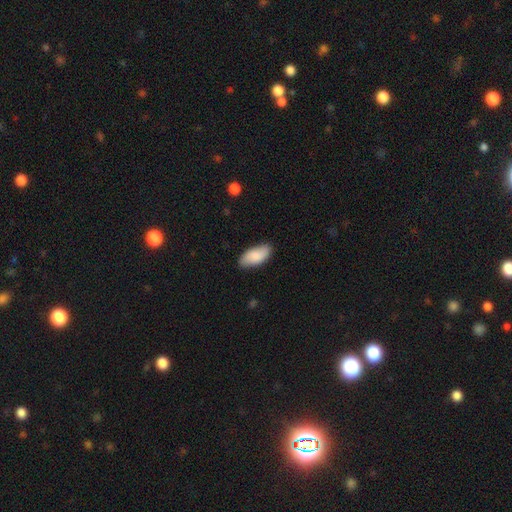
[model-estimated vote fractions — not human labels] This is clearly a smooth galaxy (83%). How rounded: clearly in between (90%). Merging: clearly none (83%).